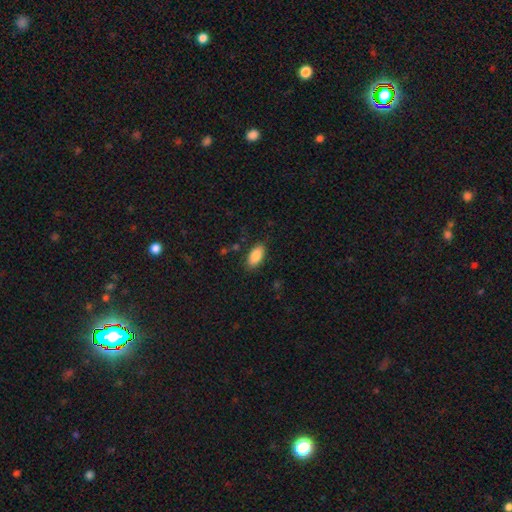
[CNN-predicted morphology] The model was most divided on "merging": none: 85%, minor disturbance: 11%, major disturbance: 3%, merger: 1%. More confident: how rounded — in between (91%); smooth or featured — smooth (88%).